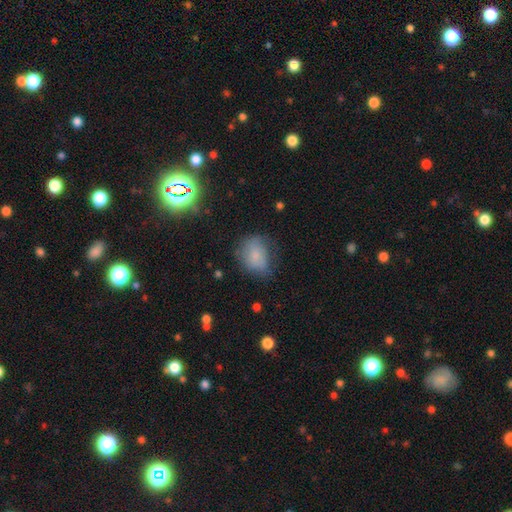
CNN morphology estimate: This appears to be a smooth galaxy with no disk features (72%) that is in between round and cigar-shaped (54%). Merging: none (54%).